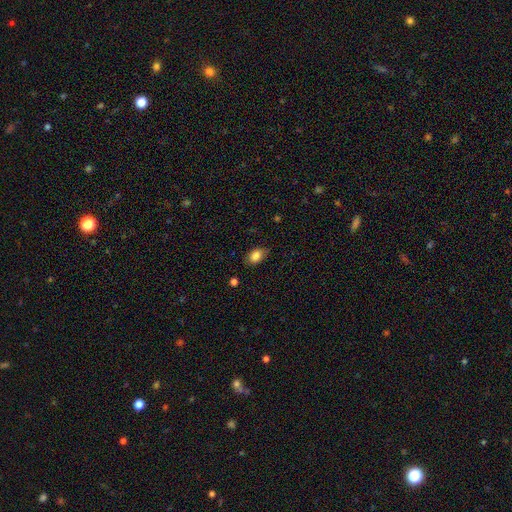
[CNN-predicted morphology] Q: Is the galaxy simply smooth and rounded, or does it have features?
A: smooth — 85%.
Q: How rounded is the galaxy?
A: in between — 84%.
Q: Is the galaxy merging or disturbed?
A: none — 81%.